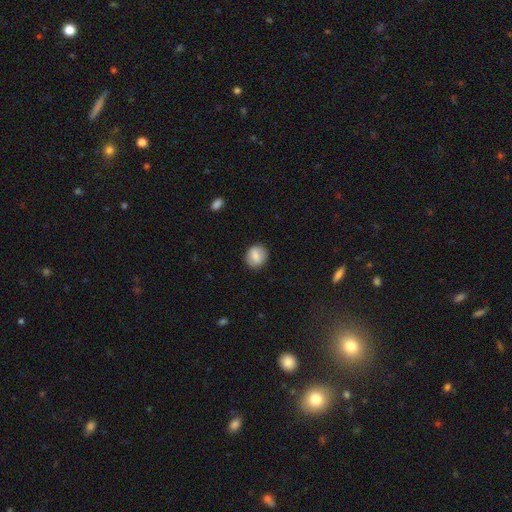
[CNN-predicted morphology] This is likely a smooth galaxy (78%). How rounded: likely round (77%). Merging: clearly none (87%).